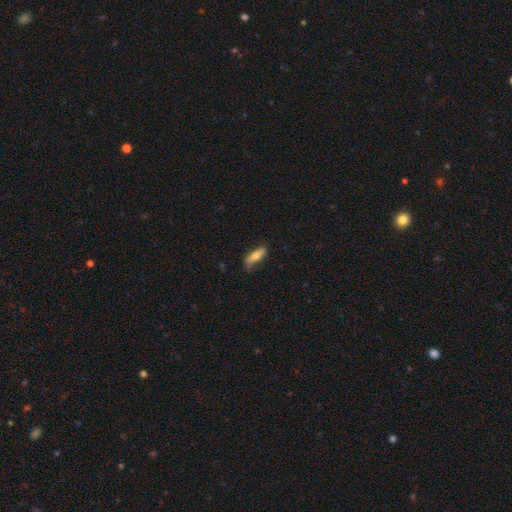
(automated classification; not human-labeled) Morphology: type=smooth (66%); roundness=in between (51%); merging=none (68%).